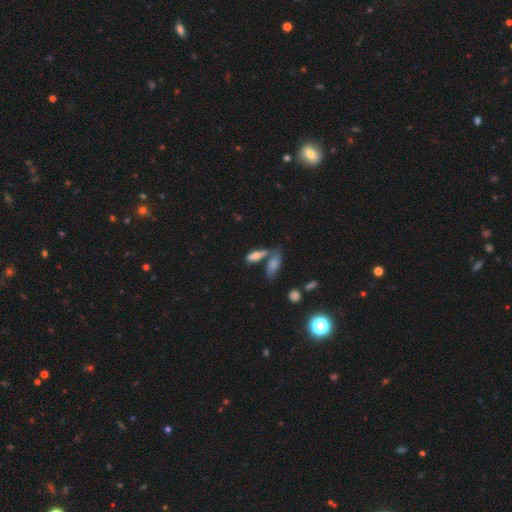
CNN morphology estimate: type=smooth (68%); roundness=in between (68%); merging=none (47%).